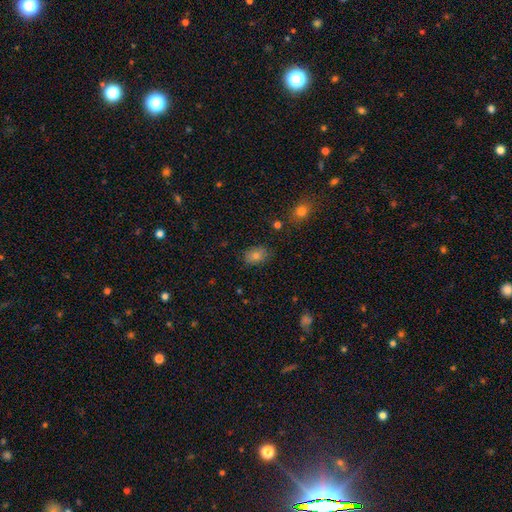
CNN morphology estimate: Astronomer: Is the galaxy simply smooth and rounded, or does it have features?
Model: smooth — 77%.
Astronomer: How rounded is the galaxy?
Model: in between — 81%.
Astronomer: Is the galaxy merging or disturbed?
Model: none — 83%.